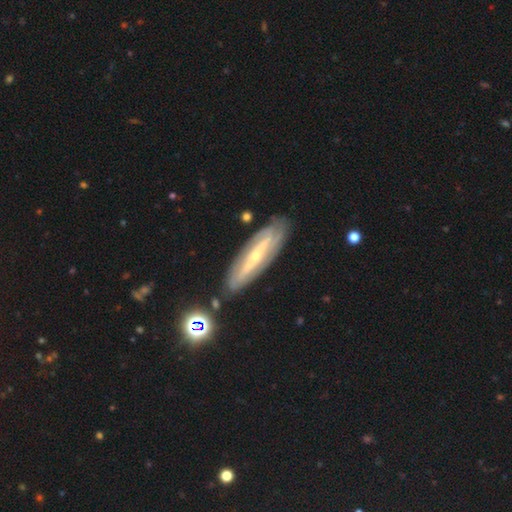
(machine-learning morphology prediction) Smooth or featured: featured or disk — 78% (smooth — 16%)
Edge-on disk: no — 67% (yes — 33%)
Bar: strong — 42% (no — 31%)
Spiral arms: yes — 79% (no — 21%)
Bulge size: small — 69% (moderate — 27%)
Merging: none — 79% (minor disturbance — 14%)